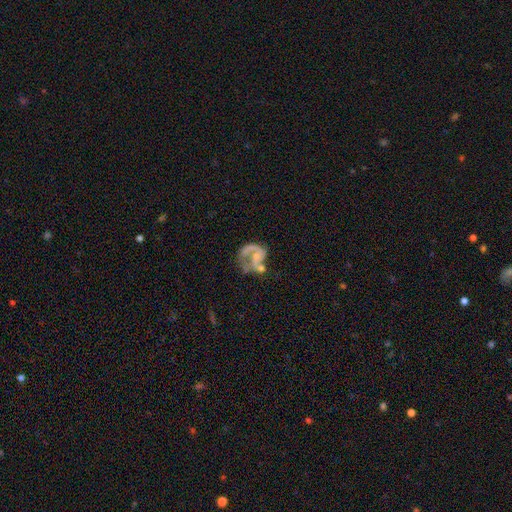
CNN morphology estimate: This appears to be a featured or disk galaxy (76%) with no bar (66%), 2 (47%) medium (45%) spiral arms (83%) and a small central bulge (48%). Merging: major disturbance (34%).